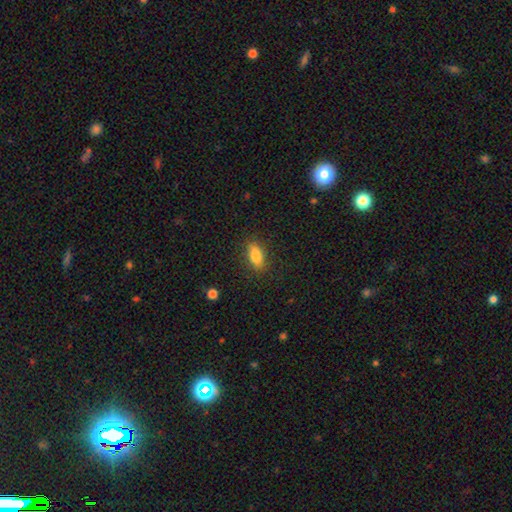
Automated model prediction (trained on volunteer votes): Smooth or featured?
  - smooth: 83% *
  - featured or disk: 9%
  - star or artifact: 8%
How rounded?
  - in between: 83% *
  - cigar-shaped: 12%
  - round: 5%
Merging?
  - none: 84% *
  - minor disturbance: 11%
  - major disturbance: 3%
  - merger: 1%